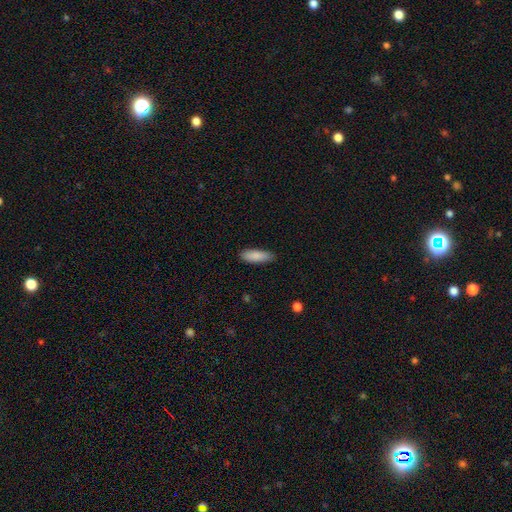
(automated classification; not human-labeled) The model was most divided on "how rounded": in between: 56%, cigar-shaped: 42%, round: 2%. More confident: smooth or featured — smooth (87%); merging — none (85%).